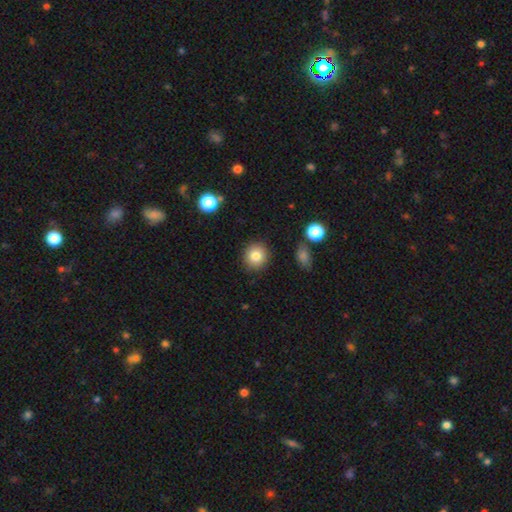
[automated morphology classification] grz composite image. It shows a smooth galaxy with no disk features (83%) that is round (89%). Merging: none (88%).